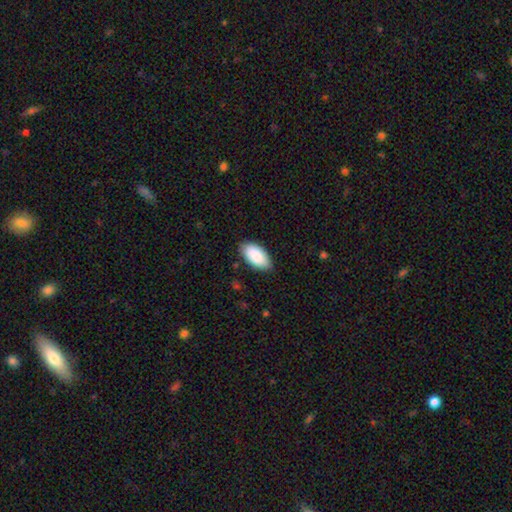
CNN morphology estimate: Smooth or featured?
  - smooth: 90% *
  - star or artifact: 6%
  - featured or disk: 5%
How rounded?
  - in between: 95% *
  - cigar-shaped: 3%
  - round: 2%
Merging?
  - none: 85% *
  - minor disturbance: 12%
  - major disturbance: 2%
  - merger: 1%